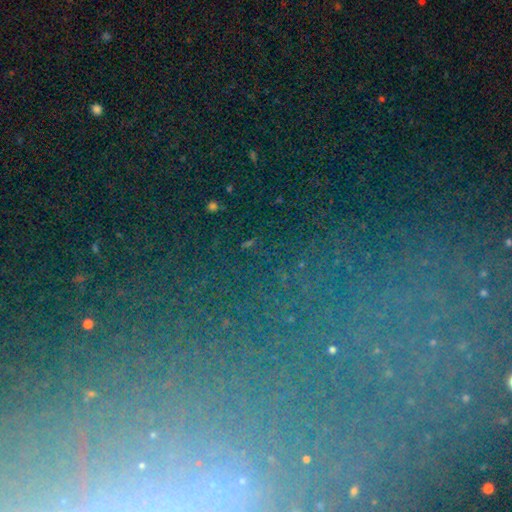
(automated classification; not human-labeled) smooth_or_featured: star or artifact (p=0.74) [alt: smooth p=0.14]